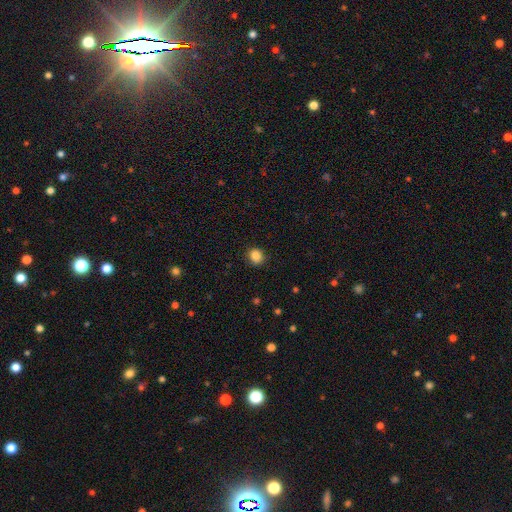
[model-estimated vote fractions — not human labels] Smooth or featured? smooth (86%)
How rounded? round (86%)
Merging? none (89%)